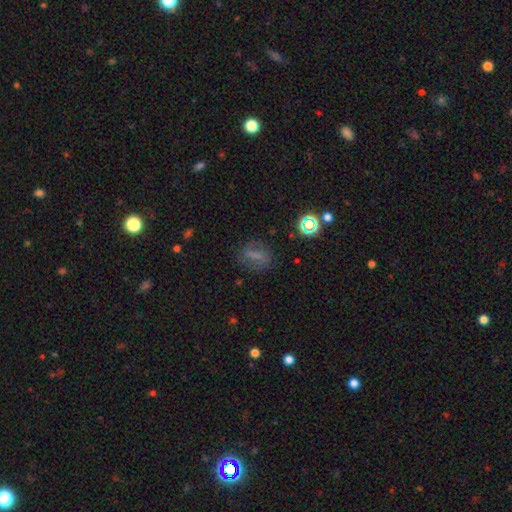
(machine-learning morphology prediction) type=smooth (49%); merging=none (75%).